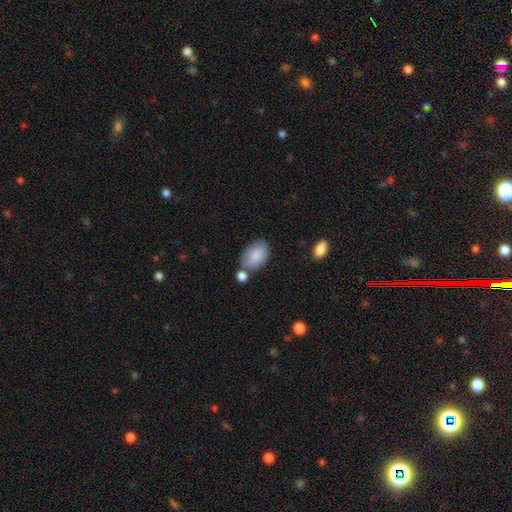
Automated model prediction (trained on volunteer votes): This appears to be a smooth galaxy with no disk features (84%) that is in between round and cigar-shaped (90%). Merging: none (59%).